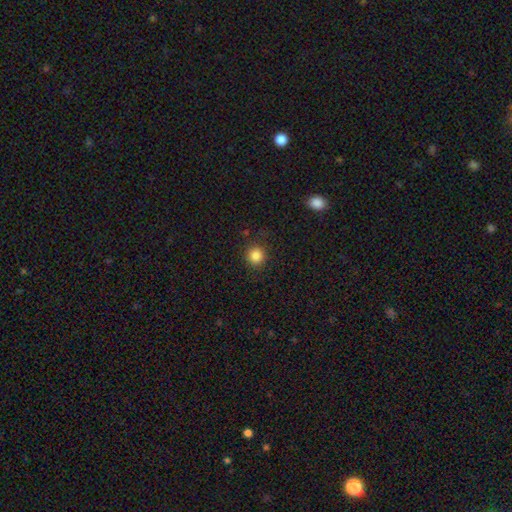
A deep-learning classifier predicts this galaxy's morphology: This appears to be a smooth galaxy with no disk features (85%) that is round (92%). Merging: none (88%).